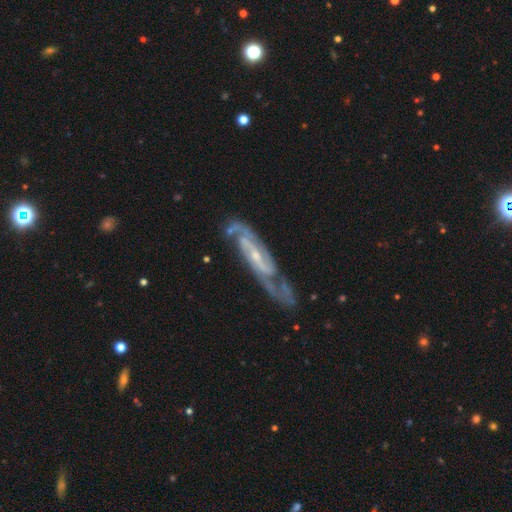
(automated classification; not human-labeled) A featured or disk galaxy (89%) with a weak bar (41%), 2 (77%) medium (46%) spiral arms (97%) and a small central bulge (72%). Merging: none (70%).